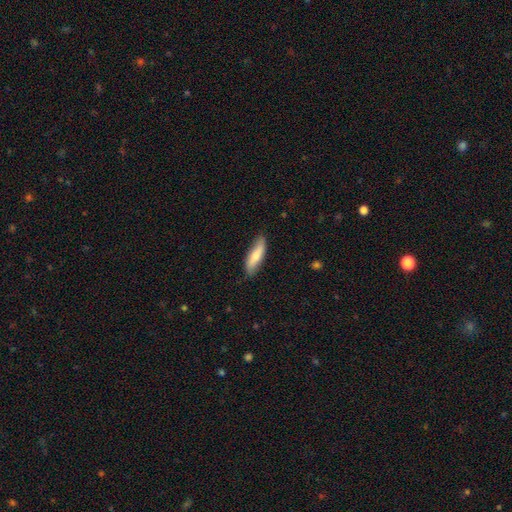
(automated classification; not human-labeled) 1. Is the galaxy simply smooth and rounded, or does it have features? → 65% smooth, 30% featured or disk, 6% star or artifact.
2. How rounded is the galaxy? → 55% cigar-shaped, 42% in between, 2% round.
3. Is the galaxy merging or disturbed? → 80% none, 16% minor disturbance, 3% major disturbance, 1% merger.